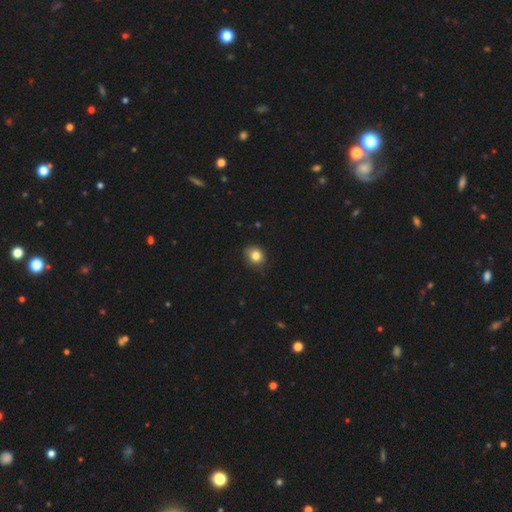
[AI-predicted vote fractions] The model was most divided on "how rounded": round: 66%, in between: 33%, cigar-shaped: 1%. More confident: smooth or featured — smooth (83%); merging — none (80%).